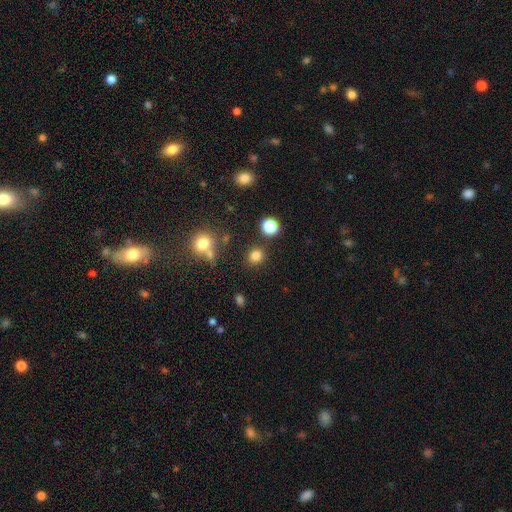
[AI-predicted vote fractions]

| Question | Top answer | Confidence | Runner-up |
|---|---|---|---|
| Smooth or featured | smooth | 80% | star or artifact (14%) |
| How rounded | round | 85% | in between (14%) |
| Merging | none | 84% | minor disturbance (8%) |